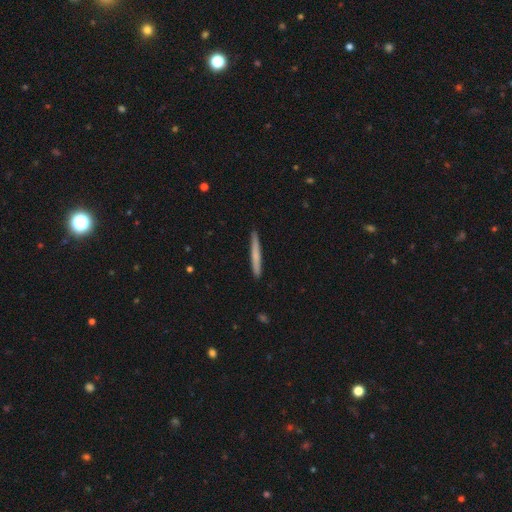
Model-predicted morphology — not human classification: Overall: smooth (65%; featured or disk 29%). How rounded: cigar-shaped (97%). Merging: none (91%).